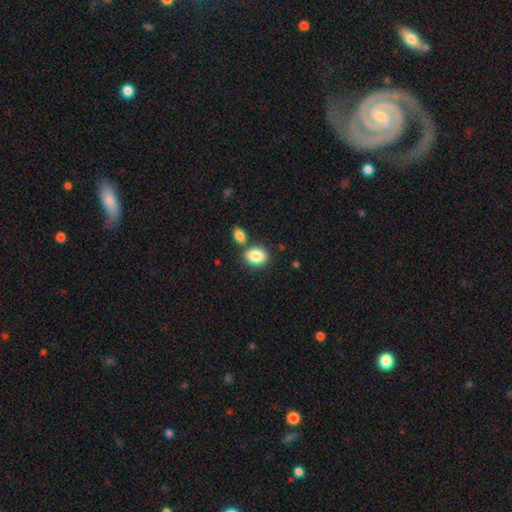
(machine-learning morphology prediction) smooth 86%, star or artifact 7%, featured or disk 7%. Down the decision tree: how rounded — in between (68%); merging — none (61%).